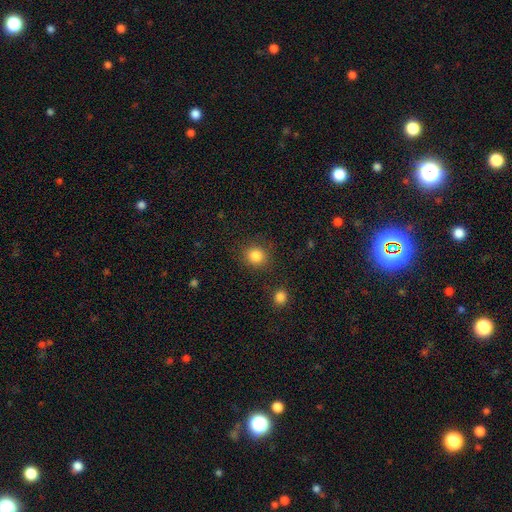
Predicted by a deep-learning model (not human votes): A smooth galaxy with no disk features (85%) that is round (85%).

Vote fractions:
- Smooth or featured? smooth: 85% / star or artifact: 10% / featured or disk: 5%
- How rounded? round: 85% / in between: 14% / cigar-shaped: 1%
- Merging? none: 84% / minor disturbance: 9% / major disturbance: 4% / merger: 3%